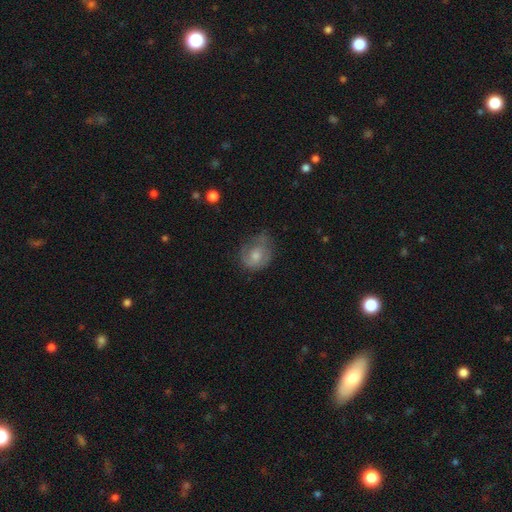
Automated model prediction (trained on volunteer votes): Smooth or featured: featured or disk — 45% (smooth — 44%)
Merging: none — 56% (minor disturbance — 29%)